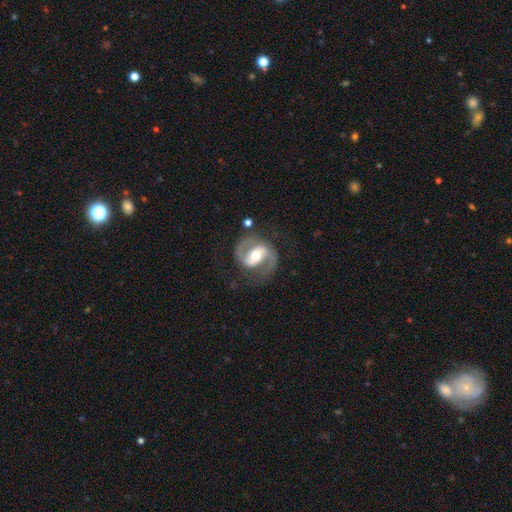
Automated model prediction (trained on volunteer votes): A featured or disk galaxy (90%) with a weak bar (39%), 2 (93%) medium (60%) spiral arms (97%) and a moderate central bulge (73%). Merging: none (76%).